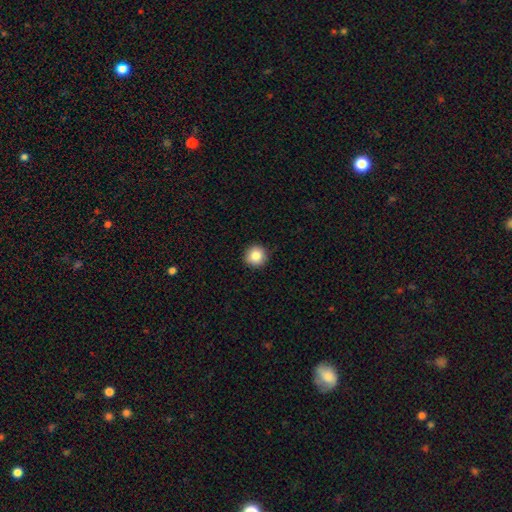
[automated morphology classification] type=smooth (86%); roundness=round (95%); merging=none (91%).